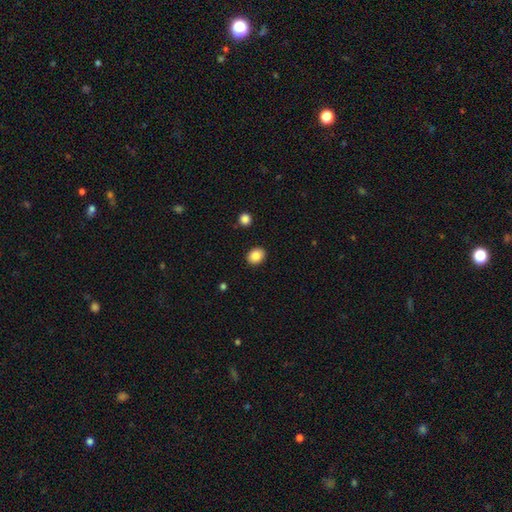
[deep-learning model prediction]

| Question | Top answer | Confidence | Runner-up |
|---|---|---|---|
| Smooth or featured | smooth | 86% | star or artifact (9%) |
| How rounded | in between | 51% | round (49%) |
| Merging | none | 89% | minor disturbance (7%) |